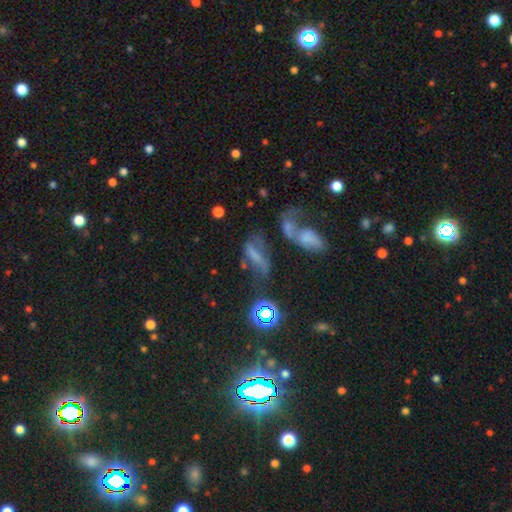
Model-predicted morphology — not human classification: A smooth galaxy with no disk features (45%). Merging: merger (31%).